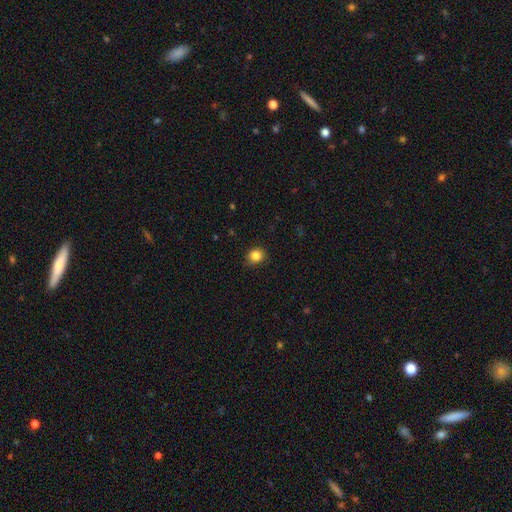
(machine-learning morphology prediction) Overall: smooth (85%). How rounded: round (78%). Merging: none (83%).